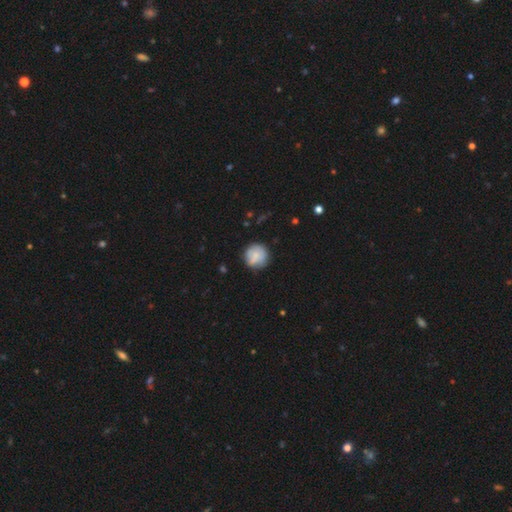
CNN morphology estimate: smooth-or-featured: smooth: 75% | featured or disk: 18% | star or artifact: 8%
  how-rounded: round: 92% | in between: 7% | cigar-shaped: 1%
  merging: none: 74% | minor disturbance: 18% | major disturbance: 5% | merger: 3%